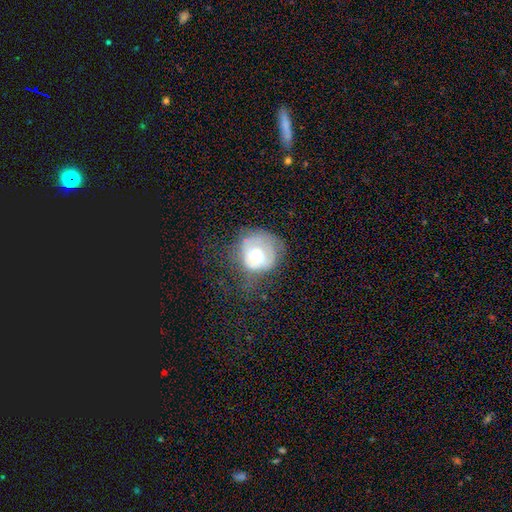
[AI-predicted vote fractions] smooth_or_featured: smooth (p=0.50) [alt: featured or disk p=0.41]
how_rounded: round (p=0.80) [alt: in between p=0.19]
merging: none (p=0.40) [alt: major disturbance p=0.31]